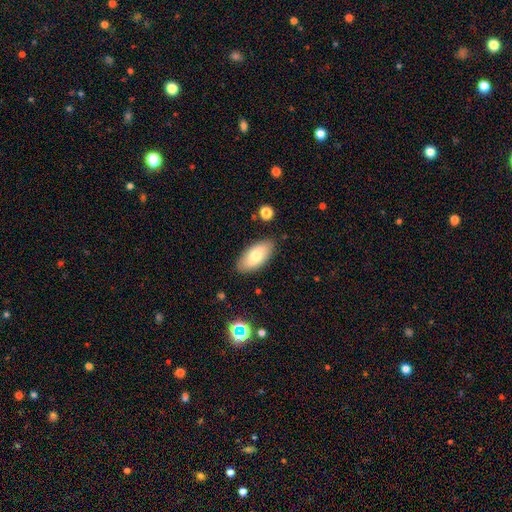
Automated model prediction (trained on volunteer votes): smooth_or_featured: smooth (p=0.75) [alt: featured or disk p=0.19]
how_rounded: in between (p=0.92) [alt: cigar-shaped p=0.06]
merging: none (p=0.85) [alt: minor disturbance p=0.11]